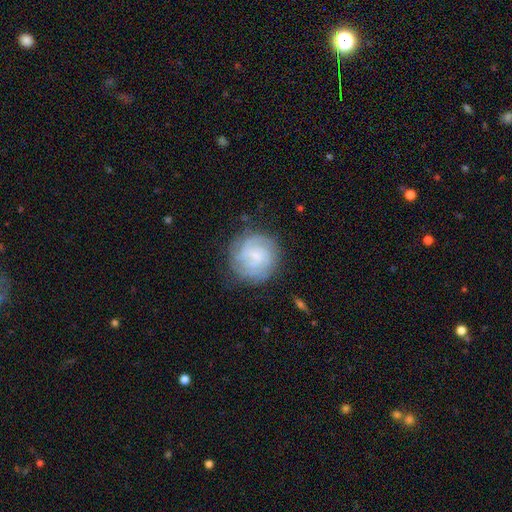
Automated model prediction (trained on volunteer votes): A featured or disk galaxy (70%) with no bar (54%), tight (61%) spiral arms (92%) and a small central bulge (75%). Merging: none (78%).